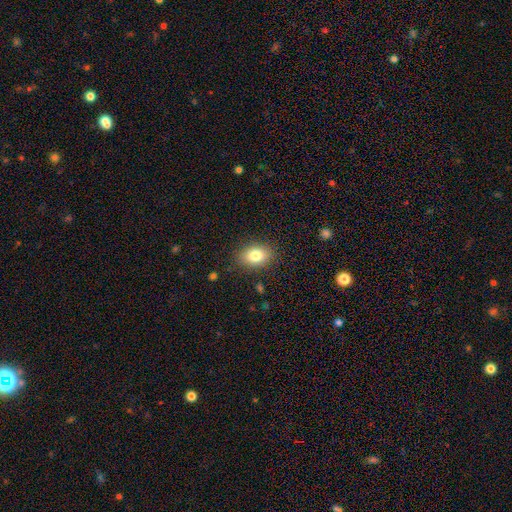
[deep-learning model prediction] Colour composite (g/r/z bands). It shows a smooth galaxy with no disk features (81%) that is in between round and cigar-shaped (79%). Merging: none (86%).